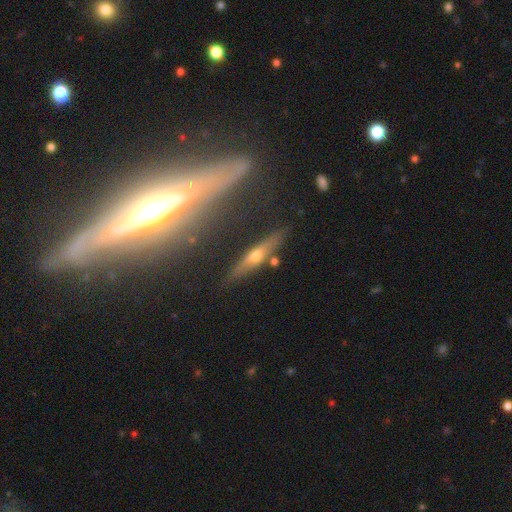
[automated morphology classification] This is likely a featured or disk galaxy (65%). It is clearly viewed edge-on (90%). Edge-on bulge: clearly rounded (88%). Merging: clearly none (81%).